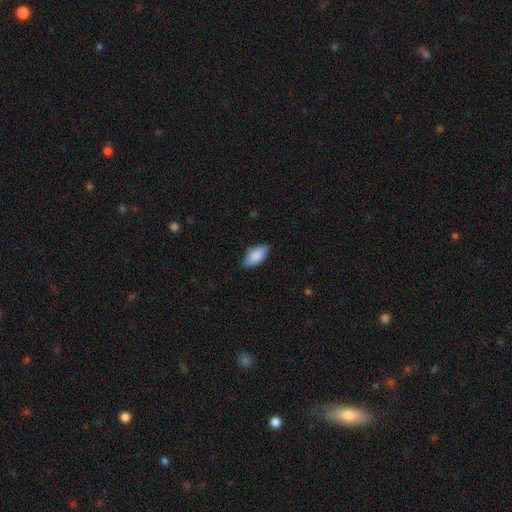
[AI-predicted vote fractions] Morphology: type=smooth (86%); roundness=in between (93%); merging=none (79%).